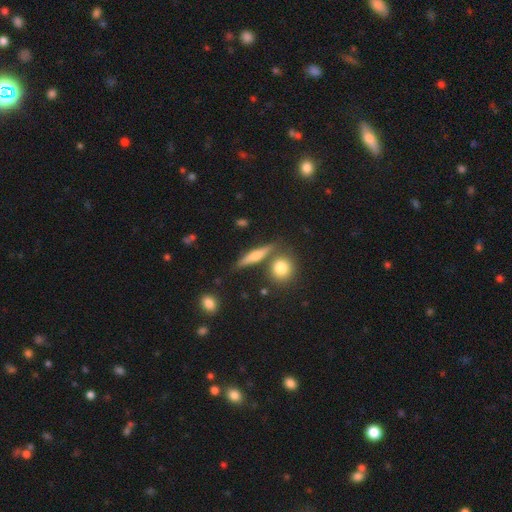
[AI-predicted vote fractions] smooth-or-featured: featured or disk: 51% | smooth: 40% | star or artifact: 9%
  disk-edge-on: yes: 92% | no: 8%
  merging: none: 76% | minor disturbance: 11% | merger: 10% | major disturbance: 3%